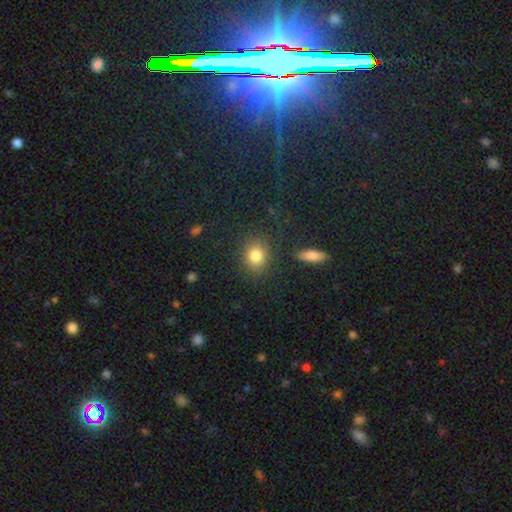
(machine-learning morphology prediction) smooth 83%, star or artifact 10%, featured or disk 6%. Down the decision tree: how rounded — round (65%); merging — none (85%).